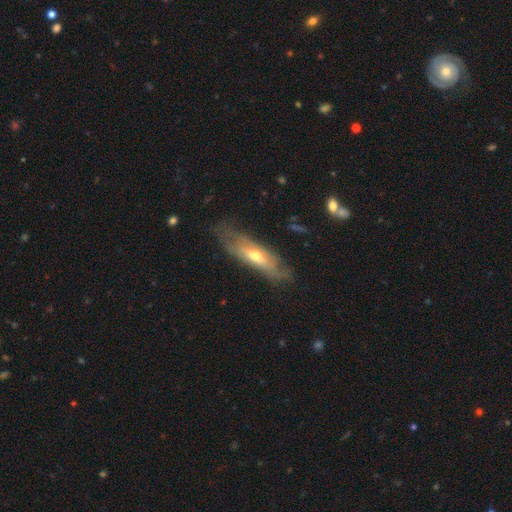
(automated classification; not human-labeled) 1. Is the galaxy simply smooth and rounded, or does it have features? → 60% featured or disk, 34% smooth, 6% star or artifact.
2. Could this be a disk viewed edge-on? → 57% no, 43% yes.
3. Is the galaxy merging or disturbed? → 64% none, 24% minor disturbance, 10% major disturbance, 2% merger.